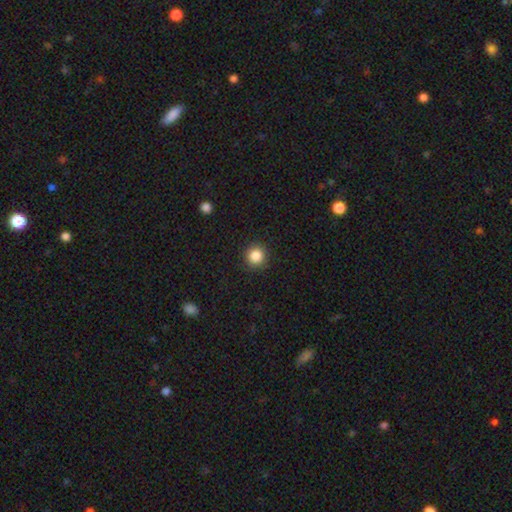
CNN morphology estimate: smooth_or_featured: smooth (p=0.86) [alt: star or artifact p=0.10]
how_rounded: round (p=0.94) [alt: in between p=0.05]
merging: none (p=0.91) [alt: minor disturbance p=0.06]